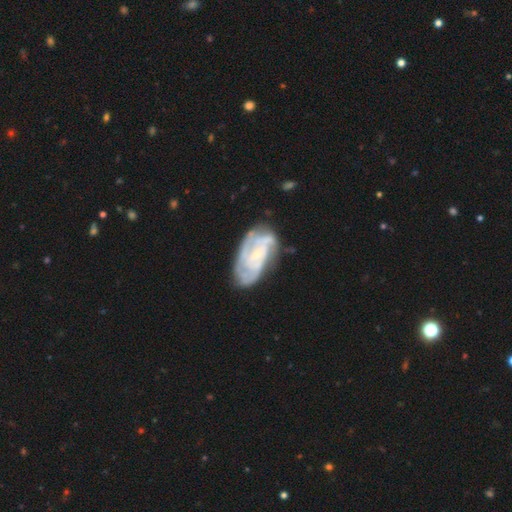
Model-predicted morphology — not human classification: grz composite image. It shows a featured or disk galaxy (80%) with no bar (58%), tight (59%) spiral arms (88%) and a small central bulge (71%). Merging: none (62%).